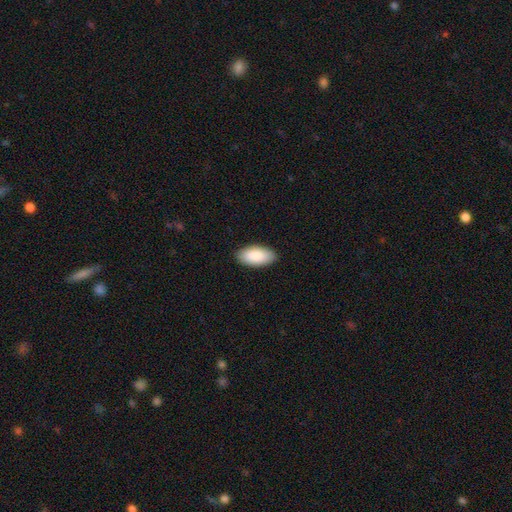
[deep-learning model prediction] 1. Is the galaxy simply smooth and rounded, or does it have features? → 90% smooth, 5% star or artifact, 5% featured or disk.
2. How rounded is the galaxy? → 95% in between, 3% cigar-shaped, 2% round.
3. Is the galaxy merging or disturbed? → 89% none, 8% minor disturbance, 2% major disturbance, 1% merger.